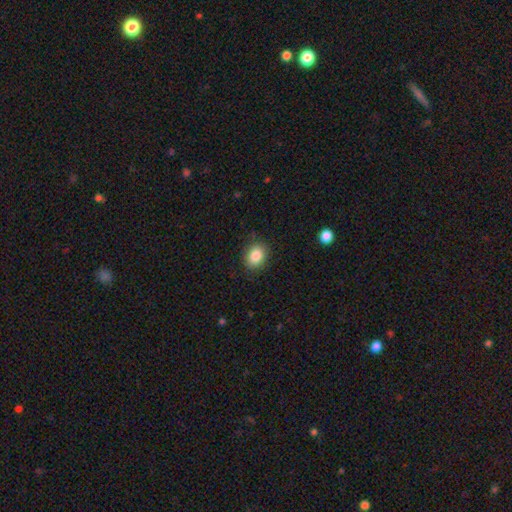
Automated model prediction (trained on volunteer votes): Q: Smooth or featured?
A: smooth (85%); runner-up: star or artifact (9%)
Q: How rounded?
A: in between (51%); runner-up: round (48%)
Q: Merging?
A: none (86%); runner-up: minor disturbance (10%)